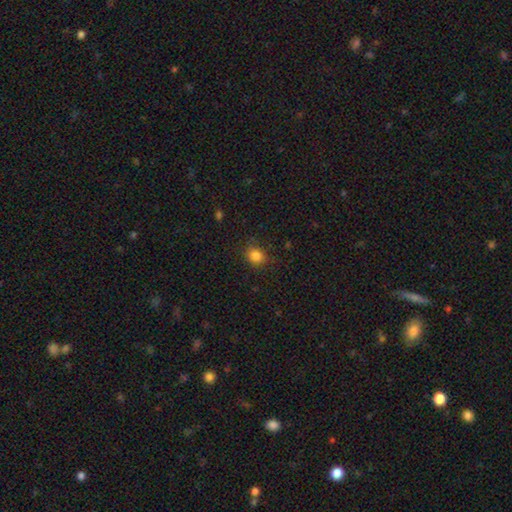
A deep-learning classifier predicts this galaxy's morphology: smooth_or_featured: smooth (p=0.83) [alt: star or artifact p=0.12]
how_rounded: round (p=0.67) [alt: in between p=0.32]
merging: none (p=0.82) [alt: minor disturbance p=0.13]